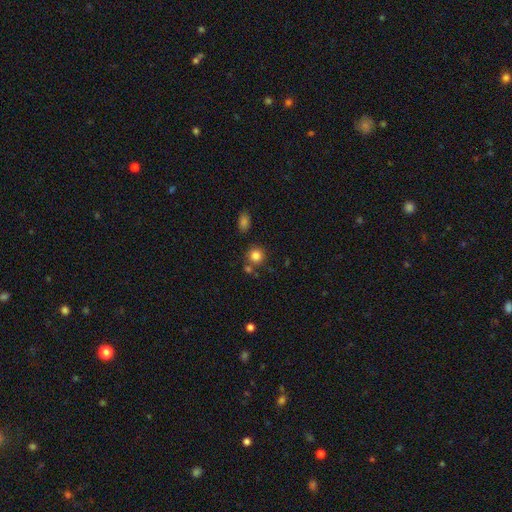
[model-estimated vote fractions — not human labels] smooth 83%, star or artifact 11%, featured or disk 6%. Down the decision tree: how rounded — round (90%); merging — none (75%).